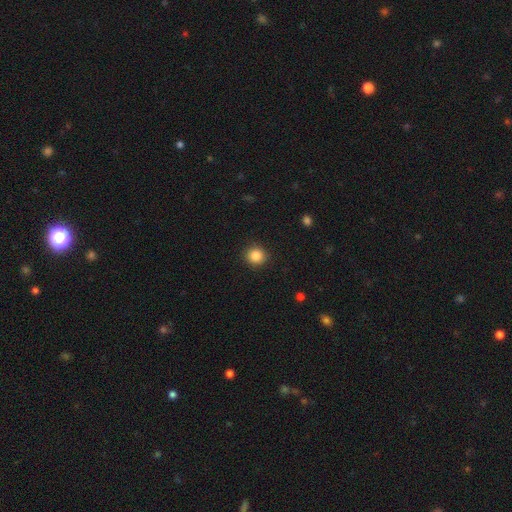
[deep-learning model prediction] smooth-or-featured: smooth: 86% | star or artifact: 10% | featured or disk: 4%
  how-rounded: round: 90% | in between: 9% | cigar-shaped: 1%
  merging: none: 91% | minor disturbance: 6% | major disturbance: 2% | merger: 1%